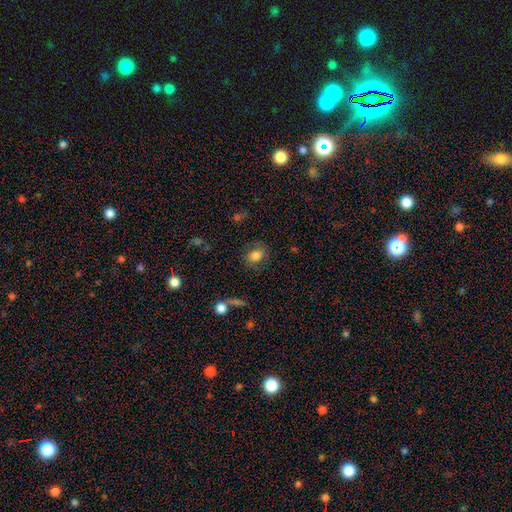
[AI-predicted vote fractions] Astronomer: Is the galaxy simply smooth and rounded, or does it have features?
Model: smooth — 77%.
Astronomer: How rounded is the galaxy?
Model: round — 55% (runner-up: in between, 43%).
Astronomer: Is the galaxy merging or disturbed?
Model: none — 77%.